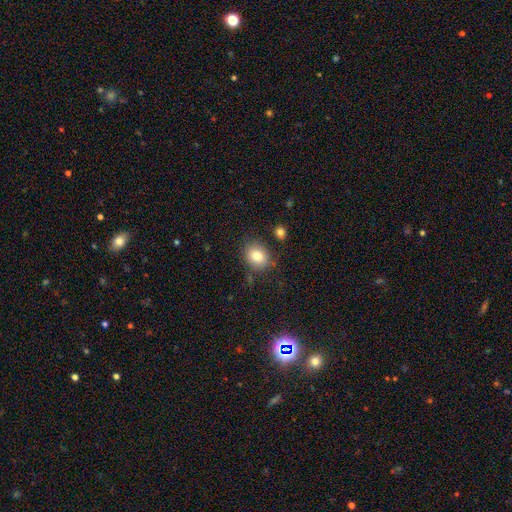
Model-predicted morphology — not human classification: This appears to be a smooth galaxy with no disk features (81%) that is round (59%). Merging: none (76%).